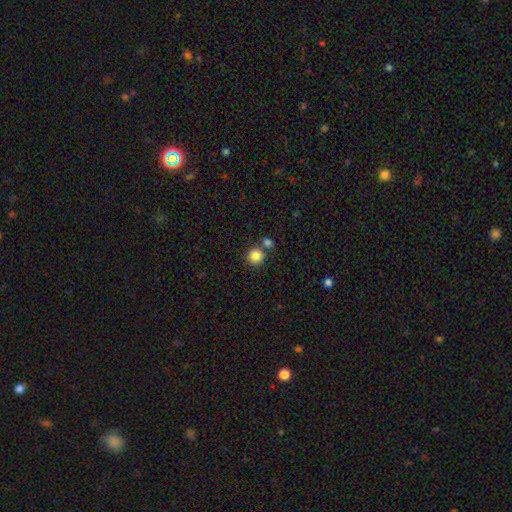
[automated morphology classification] Smooth or featured? smooth (86%)
How rounded? round (91%)
Merging? none (69%)